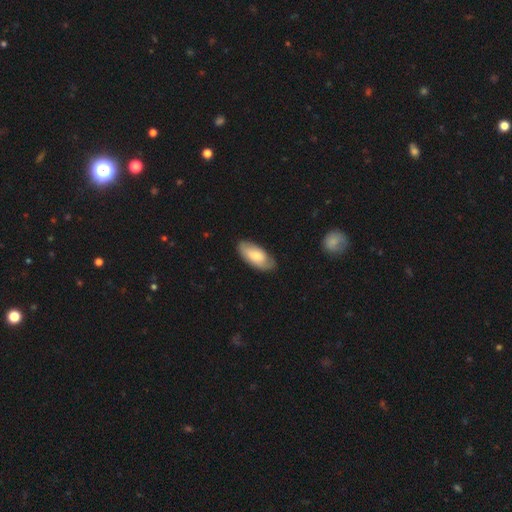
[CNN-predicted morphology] smooth_or_featured: smooth (p=0.62) [alt: featured or disk p=0.32]
how_rounded: in between (p=0.90) [alt: cigar-shaped p=0.08]
merging: none (p=0.76) [alt: minor disturbance p=0.19]